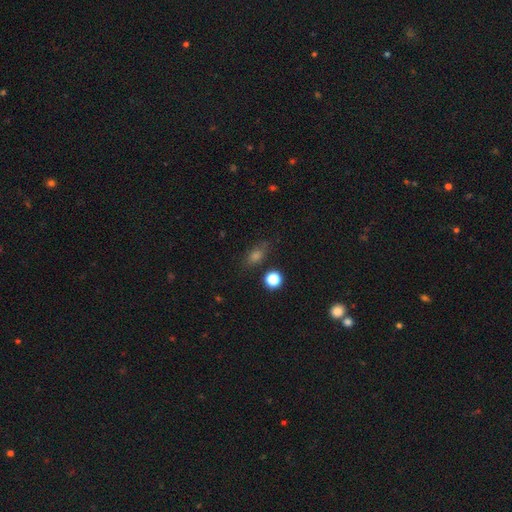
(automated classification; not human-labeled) Overall: smooth (65%). How rounded: in between (64%; round 29%). Merging: none (77%).